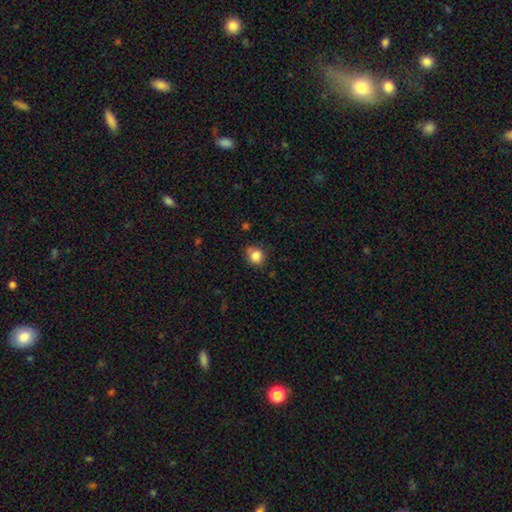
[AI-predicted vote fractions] smooth-or-featured: smooth: 85% | star or artifact: 10% | featured or disk: 5%
  how-rounded: round: 65% | in between: 34% | cigar-shaped: 1%
  merging: none: 71% | minor disturbance: 23% | major disturbance: 4% | merger: 2%